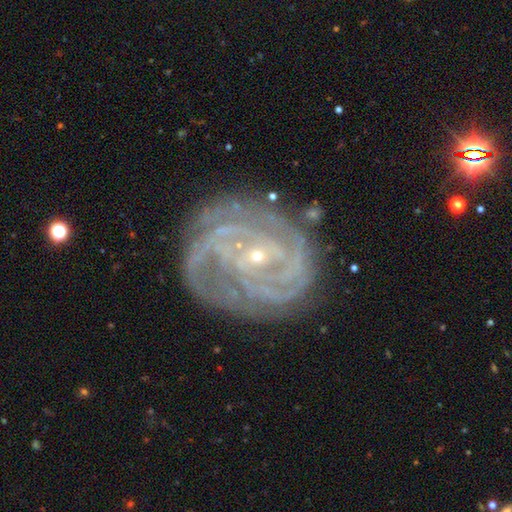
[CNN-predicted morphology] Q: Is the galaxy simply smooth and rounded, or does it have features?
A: featured or disk — 89%.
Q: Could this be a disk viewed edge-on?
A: no — 97%.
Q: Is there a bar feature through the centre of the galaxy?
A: no — 44%.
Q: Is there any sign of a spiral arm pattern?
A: yes — 98%.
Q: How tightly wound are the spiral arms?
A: tight — 74%.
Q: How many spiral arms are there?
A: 4 — 23%.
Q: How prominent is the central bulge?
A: small — 84%.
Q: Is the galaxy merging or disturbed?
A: none — 72%.